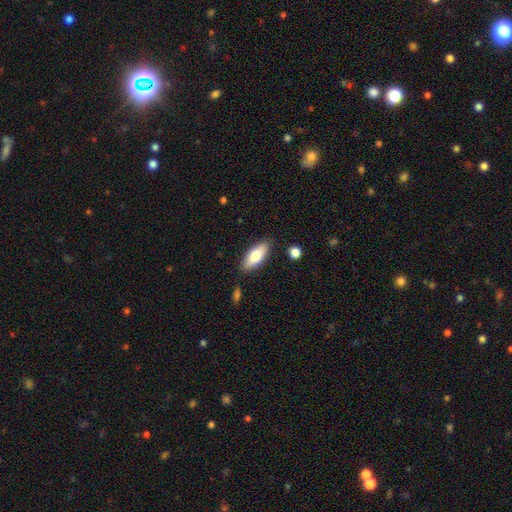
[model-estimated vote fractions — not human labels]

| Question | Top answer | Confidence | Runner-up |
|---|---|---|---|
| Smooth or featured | smooth | 74% | featured or disk (20%) |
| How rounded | in between | 76% | cigar-shaped (22%) |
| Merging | none | 85% | minor disturbance (11%) |